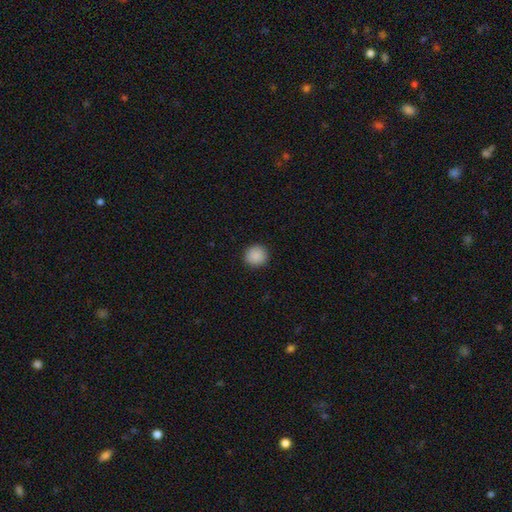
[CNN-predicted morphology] Q: Smooth or featured?
A: smooth (89%); runner-up: star or artifact (8%)
Q: How rounded?
A: round (92%); runner-up: in between (7%)
Q: Merging?
A: none (92%); runner-up: minor disturbance (5%)